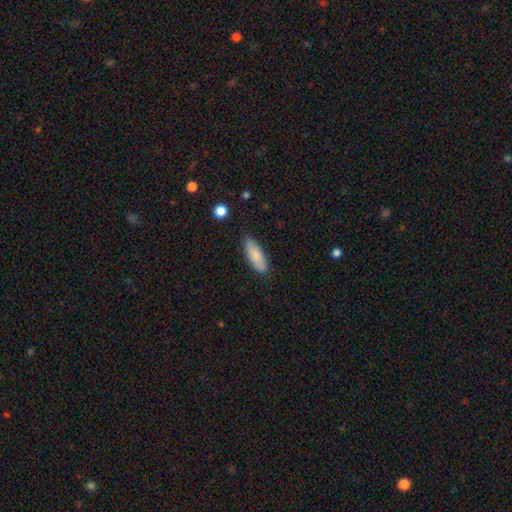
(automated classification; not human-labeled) smooth 82%, featured or disk 12%, star or artifact 6%. Down the decision tree: how rounded — in between (62%); merging — none (81%).